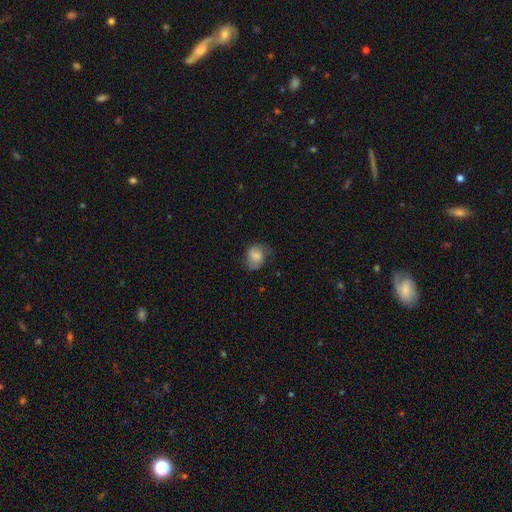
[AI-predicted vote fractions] Smooth or featured?
  - smooth: 66% *
  - featured or disk: 26%
  - star or artifact: 9%
How rounded?
  - round: 51% *
  - in between: 48%
  - cigar-shaped: 1%
Merging?
  - none: 57% *
  - minor disturbance: 29%
  - major disturbance: 13%
  - merger: 1%